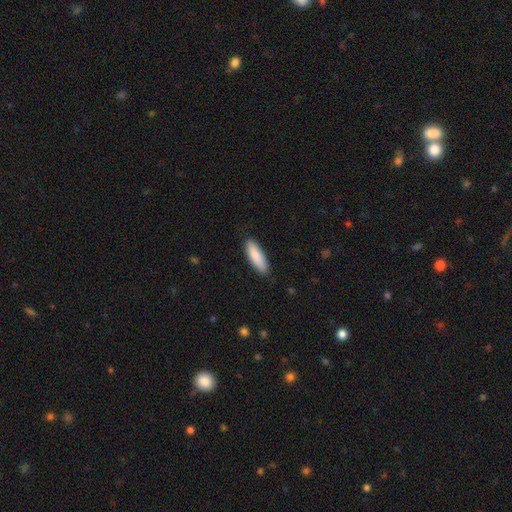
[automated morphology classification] This appears to be a smooth galaxy with no disk features (83%) that is in between round and cigar-shaped (55%). Merging: none (86%).